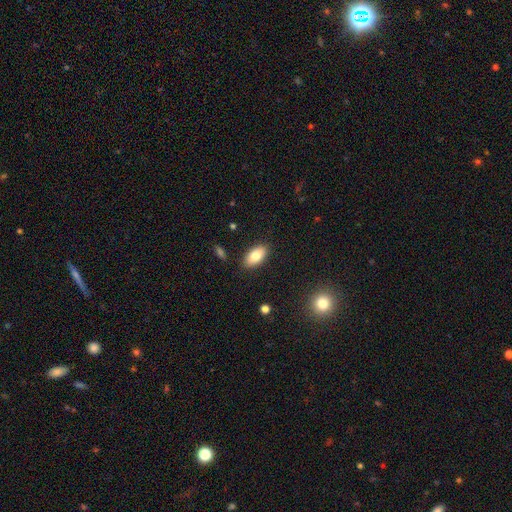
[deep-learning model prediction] A smooth galaxy with no disk features (80%) that is in between round and cigar-shaped (92%). Merging: none (87%).